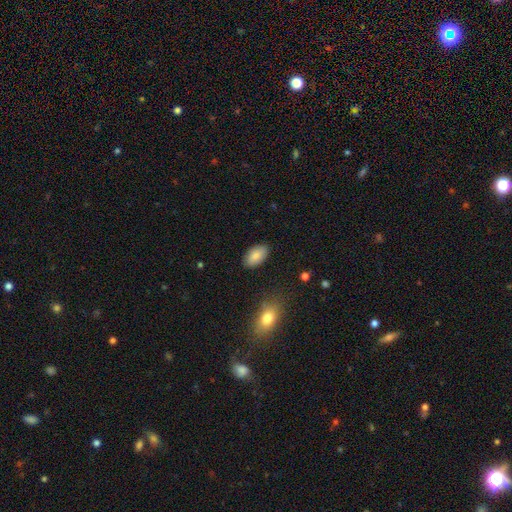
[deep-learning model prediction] A smooth galaxy with no disk features (86%) that is in between round and cigar-shaped (94%). Merging: none (86%).